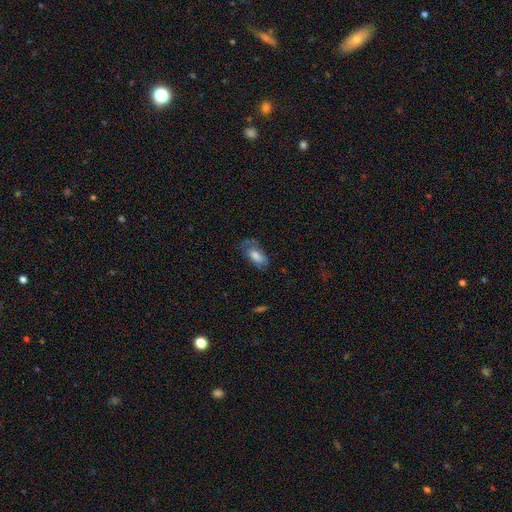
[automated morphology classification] This is likely a smooth galaxy (68%). How rounded: clearly in between (89%). Merging: possibly none (48%).